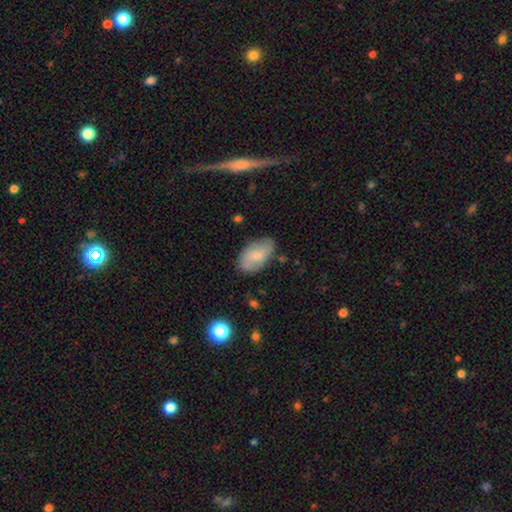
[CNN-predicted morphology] smooth 59%, featured or disk 33%, star or artifact 7%. Down the decision tree: how rounded — in between (92%); merging — none (77%).